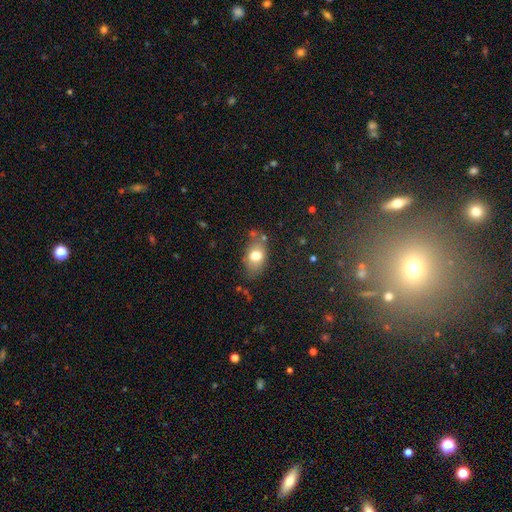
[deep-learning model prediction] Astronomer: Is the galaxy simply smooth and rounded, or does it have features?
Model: smooth — 74%.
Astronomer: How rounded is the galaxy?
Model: in between — 82%.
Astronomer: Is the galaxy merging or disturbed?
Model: none — 69%.